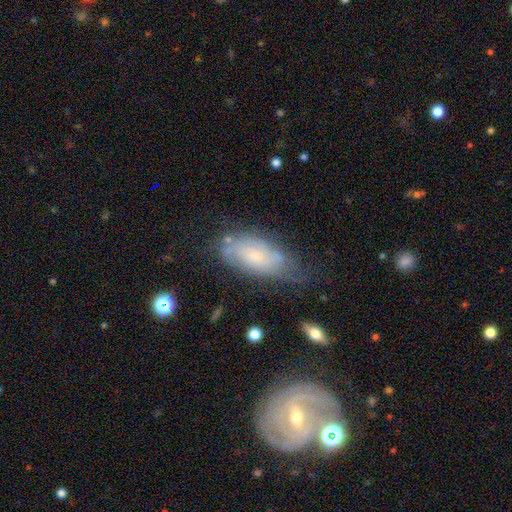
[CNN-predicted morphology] type=featured or disk (47%); merging=none (49%).